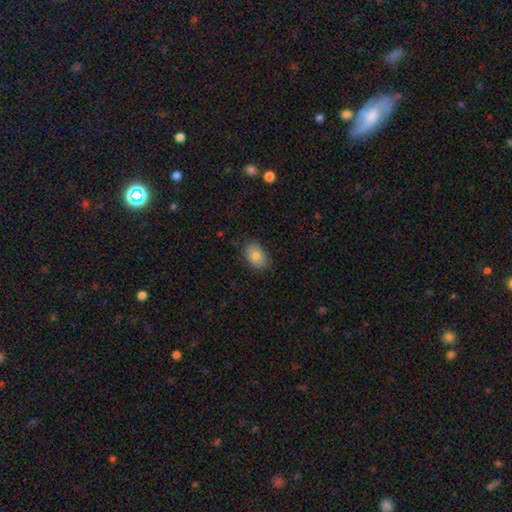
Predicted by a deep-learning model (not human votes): smooth 80%, featured or disk 12%, star or artifact 8%. Down the decision tree: how rounded — in between (87%); merging — none (85%).